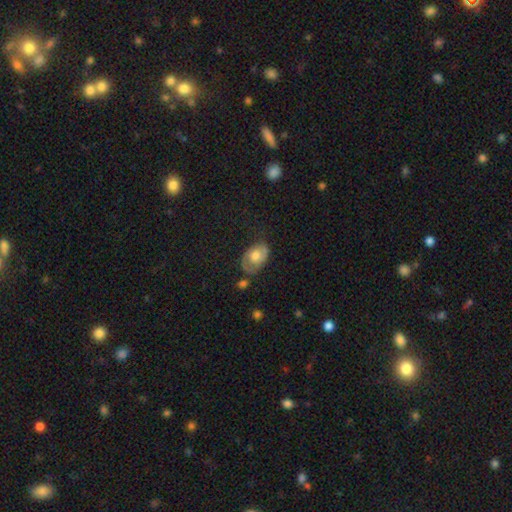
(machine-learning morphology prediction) Smooth or featured: smooth — 49% (featured or disk — 42%)
Merging: none — 53% (minor disturbance — 29%)